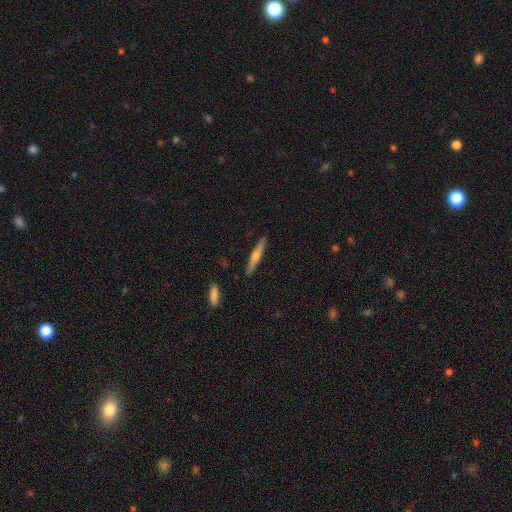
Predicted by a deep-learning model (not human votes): This appears to be a featured or disk galaxy (51%) viewed edge-on (96%). Merging: none (89%).